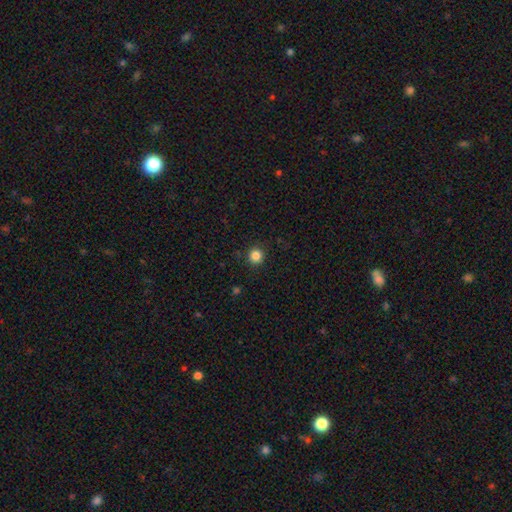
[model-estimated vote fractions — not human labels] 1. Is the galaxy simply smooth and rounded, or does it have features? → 84% smooth, 12% star or artifact, 4% featured or disk.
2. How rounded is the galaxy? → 94% round, 5% in between, 1% cigar-shaped.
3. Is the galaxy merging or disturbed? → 91% none, 6% minor disturbance, 2% major disturbance, 1% merger.